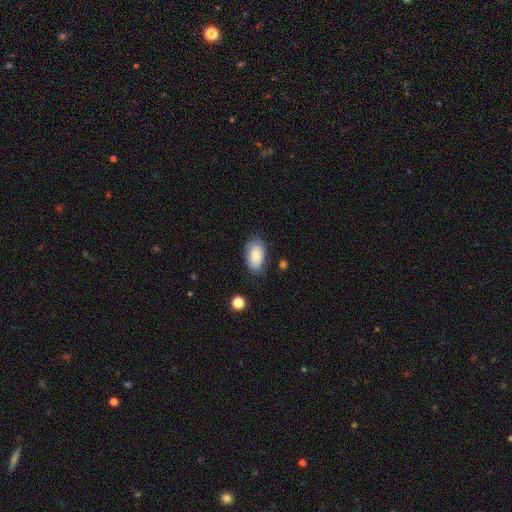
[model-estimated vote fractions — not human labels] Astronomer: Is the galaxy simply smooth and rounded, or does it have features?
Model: smooth — 82%.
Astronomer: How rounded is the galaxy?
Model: in between — 93%.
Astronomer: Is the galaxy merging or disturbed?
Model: none — 70%.